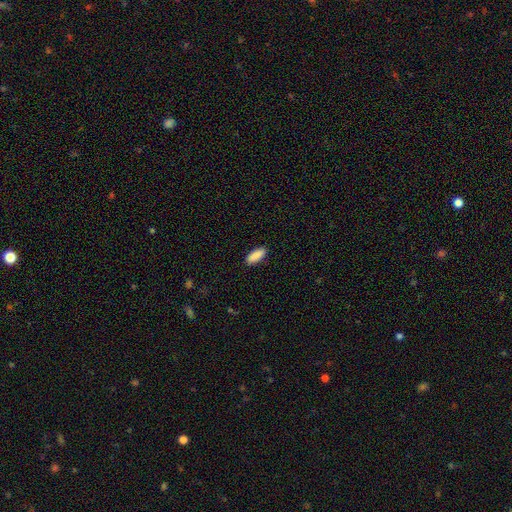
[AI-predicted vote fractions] smooth_or_featured: smooth (p=0.90) [alt: star or artifact p=0.06]
how_rounded: in between (p=0.71) [alt: cigar-shaped p=0.28]
merging: none (p=0.90) [alt: minor disturbance p=0.07]